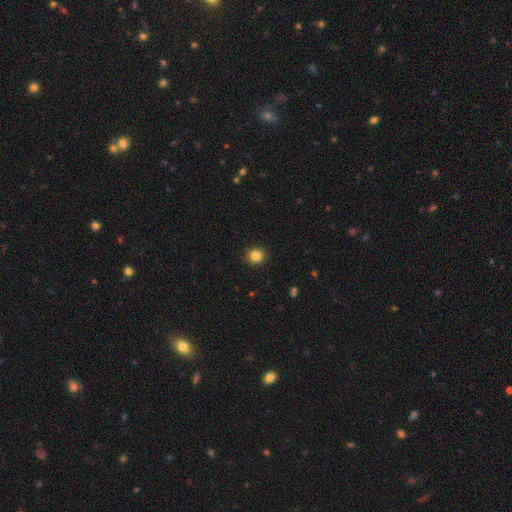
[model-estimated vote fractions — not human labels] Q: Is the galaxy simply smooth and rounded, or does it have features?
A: smooth — 85%.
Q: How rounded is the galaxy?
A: round — 89%.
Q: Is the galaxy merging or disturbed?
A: none — 93%.